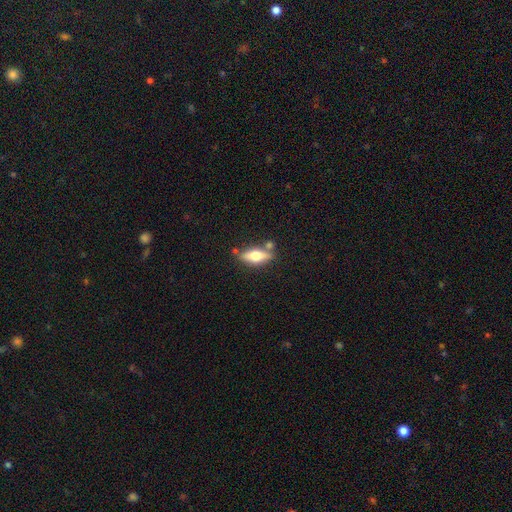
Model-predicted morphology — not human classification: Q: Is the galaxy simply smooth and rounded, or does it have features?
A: smooth — 53%.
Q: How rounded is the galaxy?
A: in between — 66%.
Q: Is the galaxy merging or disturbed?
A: none — 72%.